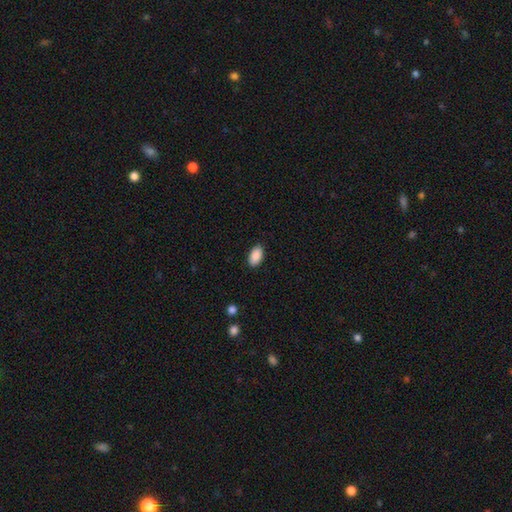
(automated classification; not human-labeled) Smooth or featured: smooth — 90% (star or artifact — 7%)
How rounded: in between — 95% (round — 4%)
Merging: none — 88% (minor disturbance — 9%)